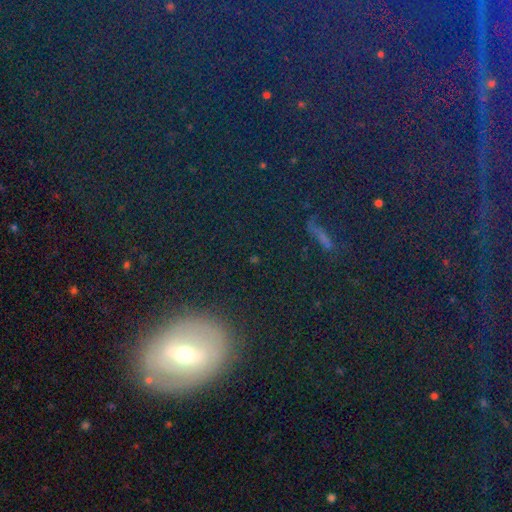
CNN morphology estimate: Overall: star or artifact (52%; smooth 31%).